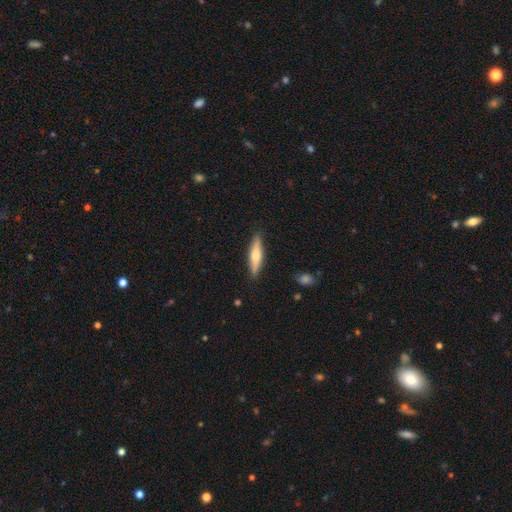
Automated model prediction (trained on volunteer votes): Smooth or featured: smooth — 60% (featured or disk — 35%)
How rounded: cigar-shaped — 77% (in between — 22%)
Merging: none — 88% (minor disturbance — 9%)